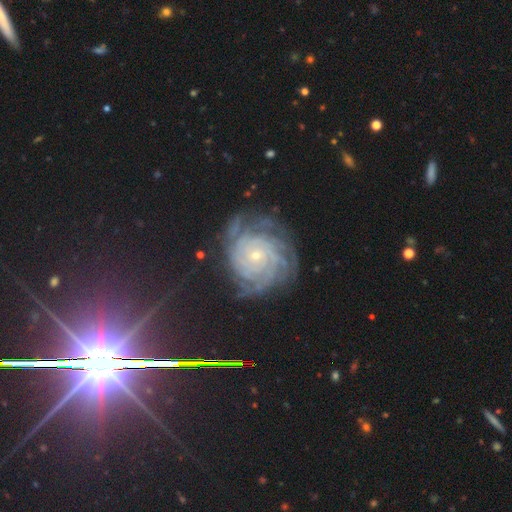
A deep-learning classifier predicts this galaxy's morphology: Overall: featured or disk (85%). Edge-on disk: no (97%). Bar: no (79%). Spiral arms: yes (97%). Spiral arm count: more than 4 (30%; can't tell 23%). Spiral winding: tight (80%). Bulge size: small (83%). Merging: none (70%).